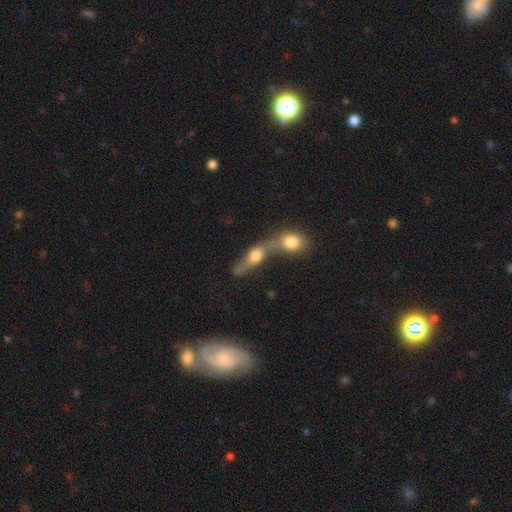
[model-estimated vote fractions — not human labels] The model was most divided on "smooth or featured": smooth: 53%, featured or disk: 37%, star or artifact: 10%. More confident: merging — merger (68%); how rounded — in between (51%).